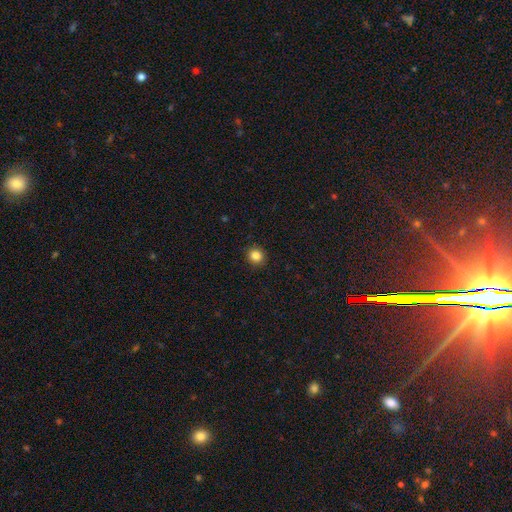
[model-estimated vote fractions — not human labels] A smooth galaxy with no disk features (85%) that is round (87%). Merging: none (92%).